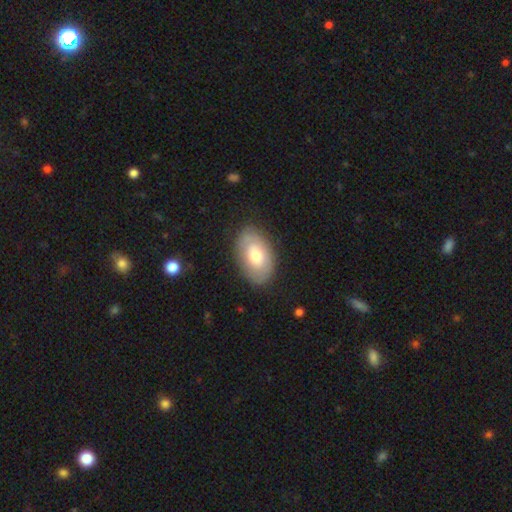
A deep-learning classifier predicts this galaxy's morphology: smooth_or_featured: smooth (p=0.62) [alt: featured or disk p=0.32]
how_rounded: in between (p=0.92) [alt: round p=0.07]
merging: none (p=0.82) [alt: minor disturbance p=0.13]